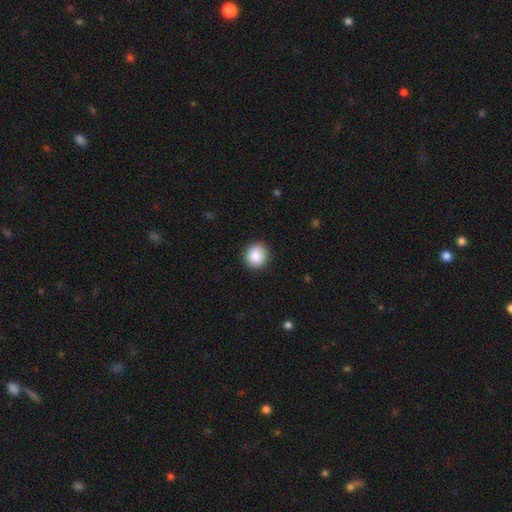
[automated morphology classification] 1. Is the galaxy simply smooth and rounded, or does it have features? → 88% smooth, 8% star or artifact, 4% featured or disk.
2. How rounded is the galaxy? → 87% round, 12% in between, 1% cigar-shaped.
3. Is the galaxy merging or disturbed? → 89% none, 8% minor disturbance, 2% major disturbance, 1% merger.